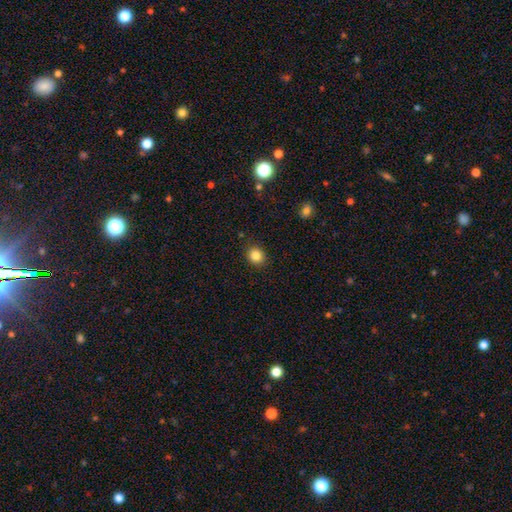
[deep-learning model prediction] Smooth or featured? Predicted: smooth (p=0.84). How rounded? Predicted: round (p=0.78). Merging? Predicted: none (p=0.89).